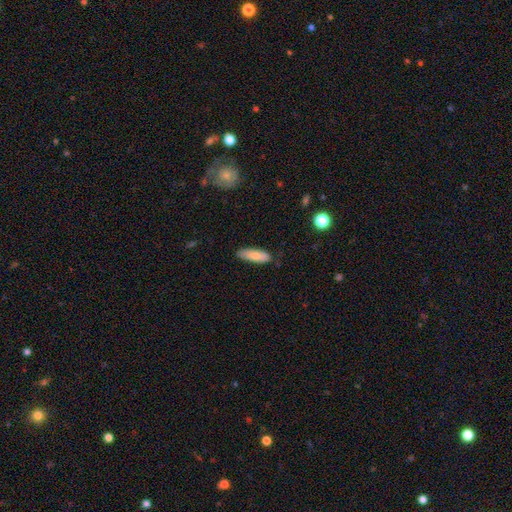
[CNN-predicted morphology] smooth-or-featured: smooth: 79% | featured or disk: 15% | star or artifact: 6%
  how-rounded: in between: 57% | cigar-shaped: 41% | round: 2%
  merging: none: 77% | minor disturbance: 19% | major disturbance: 3% | merger: 2%